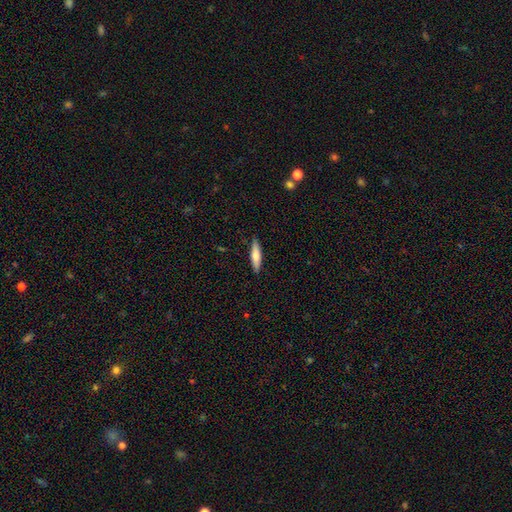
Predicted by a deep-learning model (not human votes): Q: Smooth or featured?
A: smooth (68%); runner-up: featured or disk (26%)
Q: How rounded?
A: cigar-shaped (76%); runner-up: in between (22%)
Q: Merging?
A: none (88%); runner-up: minor disturbance (9%)